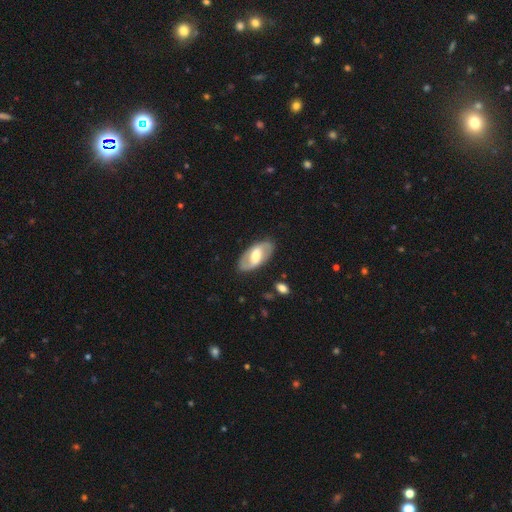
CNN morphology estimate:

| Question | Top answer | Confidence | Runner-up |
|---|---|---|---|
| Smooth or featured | featured or disk | 66% | smooth (29%) |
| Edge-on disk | no | 92% | yes (8%) |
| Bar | weak | 42% | strong (40%) |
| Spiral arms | yes | 71% | no (29%) |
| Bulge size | moderate | 54% | large (27%) |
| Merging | none | 85% | minor disturbance (10%) |